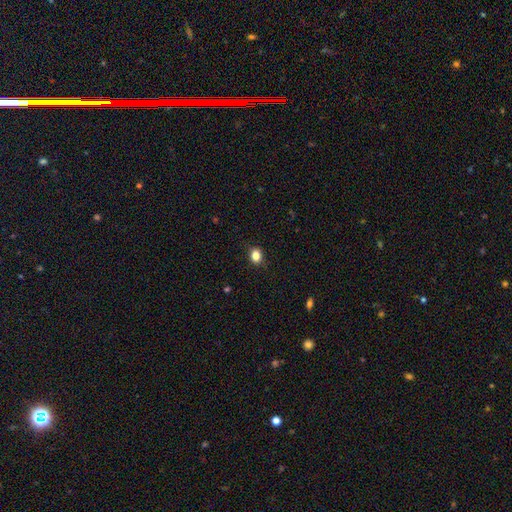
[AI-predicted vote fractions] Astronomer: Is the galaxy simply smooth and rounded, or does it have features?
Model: smooth — 84%.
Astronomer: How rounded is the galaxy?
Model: round — 55% (runner-up: in between, 44%).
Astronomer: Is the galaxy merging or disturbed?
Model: none — 86%.